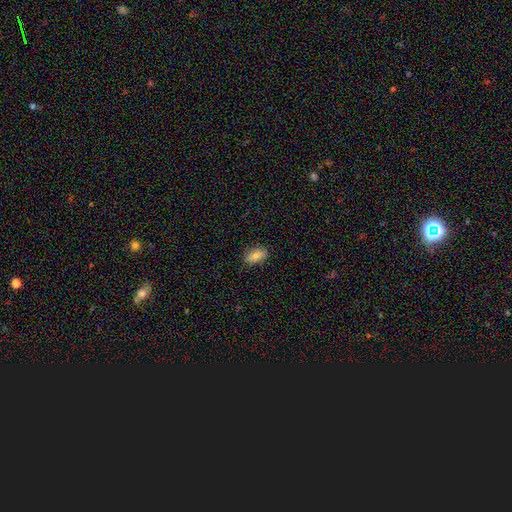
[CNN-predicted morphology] This is likely a smooth galaxy (79%). How rounded: clearly in between (90%). Merging: clearly none (83%).